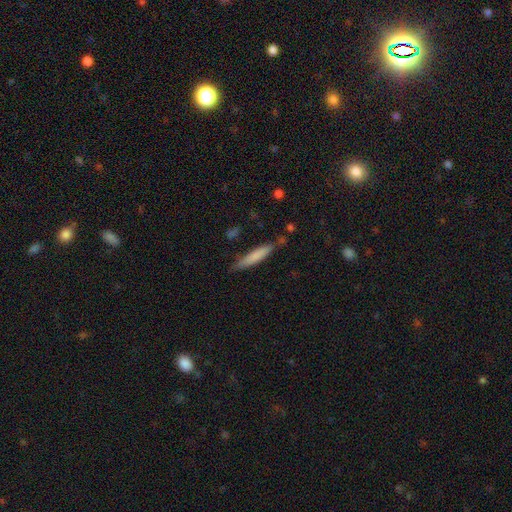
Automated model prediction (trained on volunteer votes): Q: Smooth or featured?
A: smooth (76%); runner-up: featured or disk (18%)
Q: How rounded?
A: cigar-shaped (89%); runner-up: in between (10%)
Q: Merging?
A: none (75%); runner-up: minor disturbance (19%)